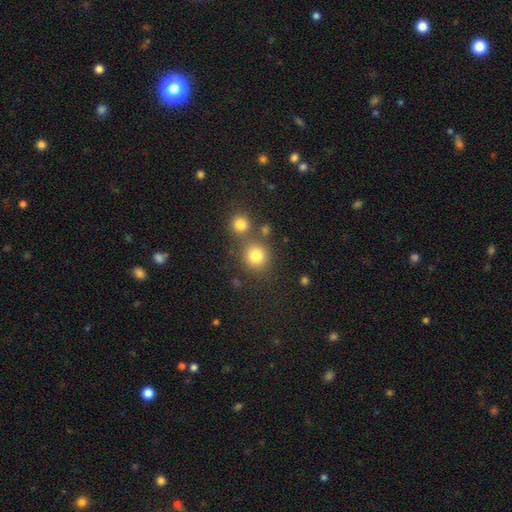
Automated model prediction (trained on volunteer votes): Morphology: type=smooth (80%); roundness=round (89%); merging=none (68%).